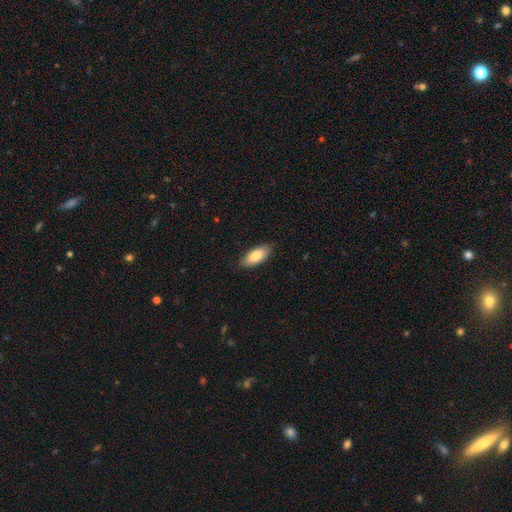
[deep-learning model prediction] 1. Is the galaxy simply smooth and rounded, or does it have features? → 81% smooth, 13% featured or disk, 6% star or artifact.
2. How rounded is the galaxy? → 87% in between, 11% cigar-shaped, 2% round.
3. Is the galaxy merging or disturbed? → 83% none, 14% minor disturbance, 2% major disturbance, 1% merger.